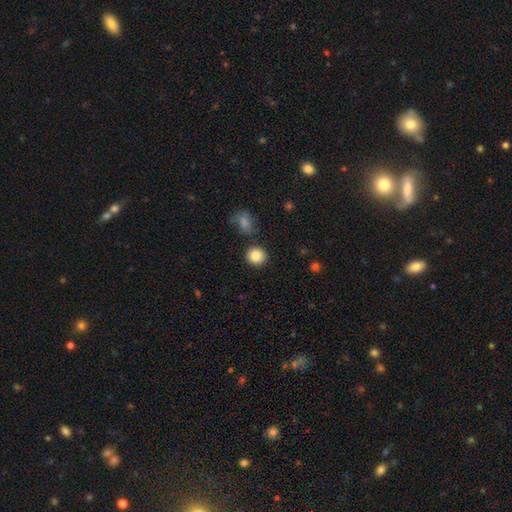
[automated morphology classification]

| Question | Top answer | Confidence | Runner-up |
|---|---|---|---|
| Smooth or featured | smooth | 85% | star or artifact (9%) |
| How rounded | round | 89% | in between (10%) |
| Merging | none | 88% | minor disturbance (7%) |